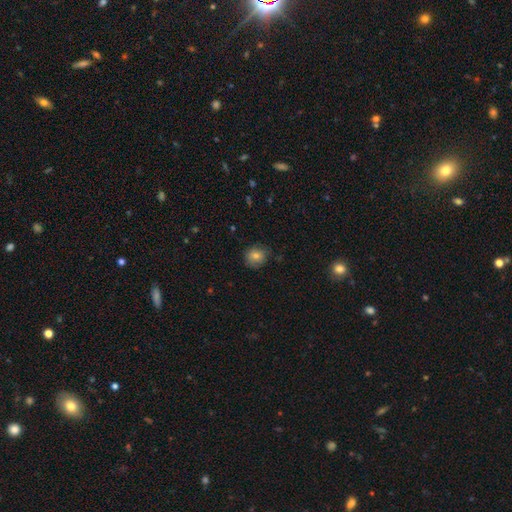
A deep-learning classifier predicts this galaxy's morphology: Smooth or featured? Predicted: smooth (p=0.77). How rounded? Predicted: round (p=0.80). Merging? Predicted: none (p=0.77).